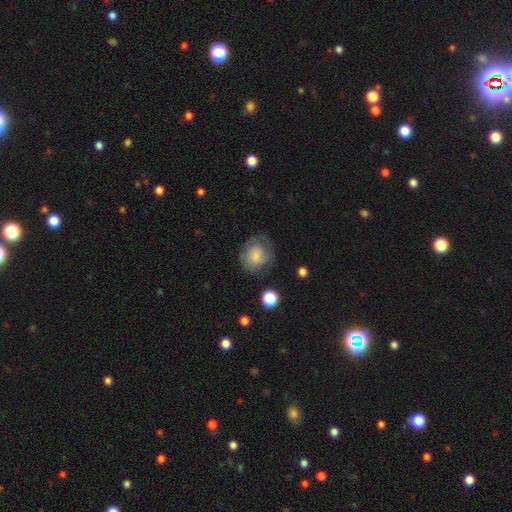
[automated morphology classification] A smooth galaxy with no disk features (63%) that is round (73%). Merging: none (62%).